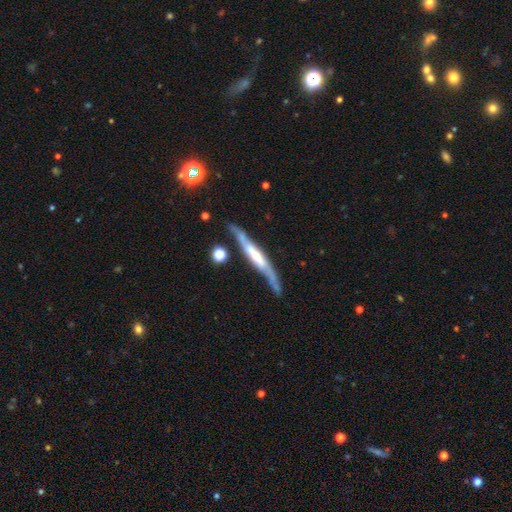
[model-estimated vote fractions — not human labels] smooth-or-featured: featured or disk: 76% | smooth: 19% | star or artifact: 5%
  disk-edge-on: yes: 76% | no: 24%
    edge-on-bulge: rounded: 55% | none: 28% | boxy: 17%
  merging: none: 67% | minor disturbance: 21% | major disturbance: 6% | merger: 6%